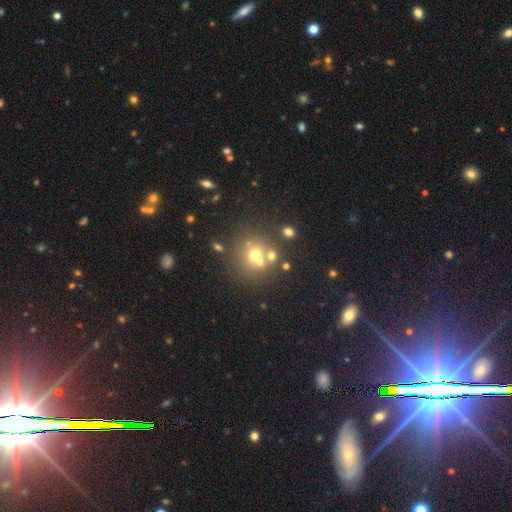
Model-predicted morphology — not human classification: smooth_or_featured: smooth (p=0.57) [alt: featured or disk p=0.22]
how_rounded: round (p=0.85) [alt: in between p=0.14]
merging: none (p=0.55) [alt: merger p=0.31]